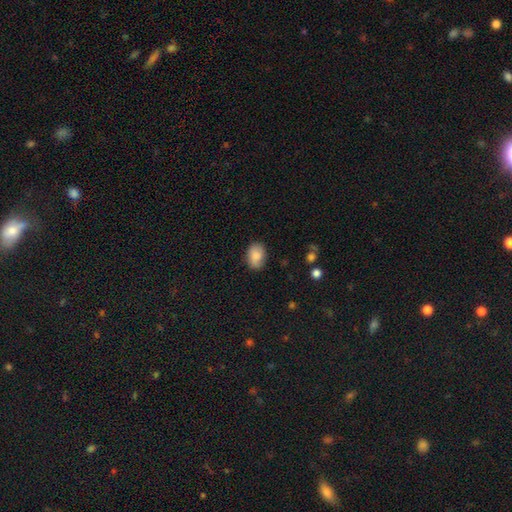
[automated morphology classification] This is clearly a smooth galaxy (82%). How rounded: likely in between (78%). Merging: likely none (79%).